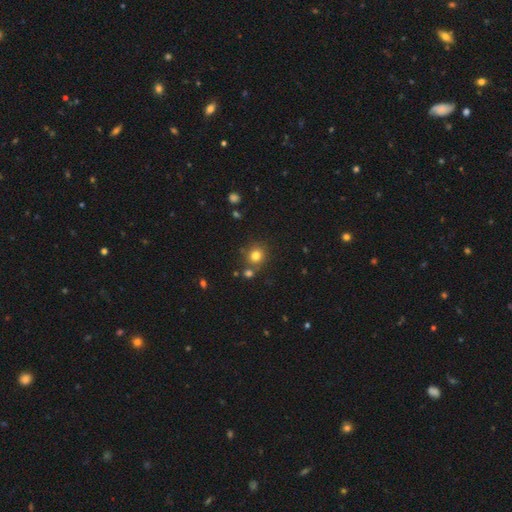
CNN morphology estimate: Smooth or featured: smooth — 79% (star or artifact — 14%)
How rounded: round — 87% (in between — 12%)
Merging: none — 75% (merger — 13%)